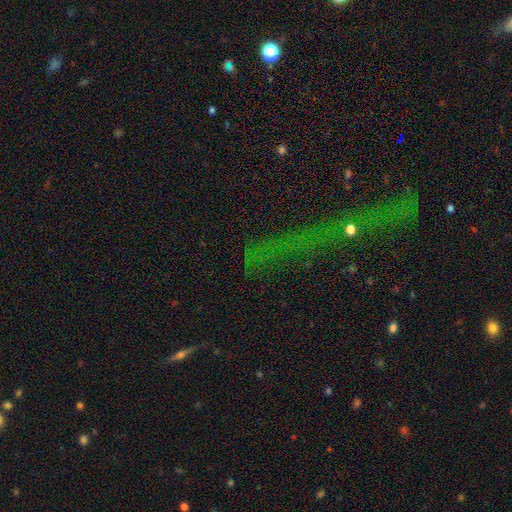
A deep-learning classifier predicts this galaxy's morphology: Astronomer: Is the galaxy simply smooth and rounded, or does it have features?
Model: star or artifact — 67%.